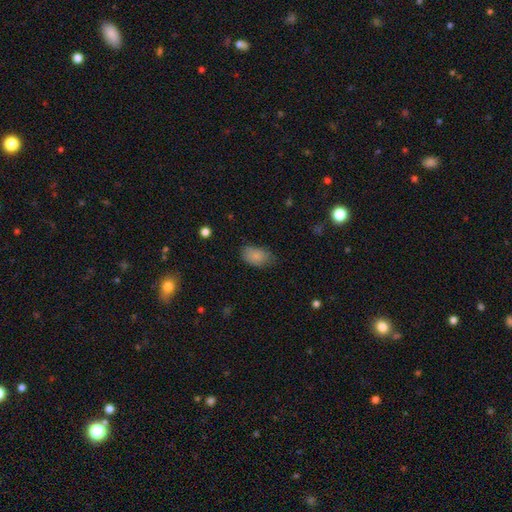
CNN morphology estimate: Overall: smooth (85%). How rounded: in between (91%). Merging: none (64%; minor disturbance 28%).